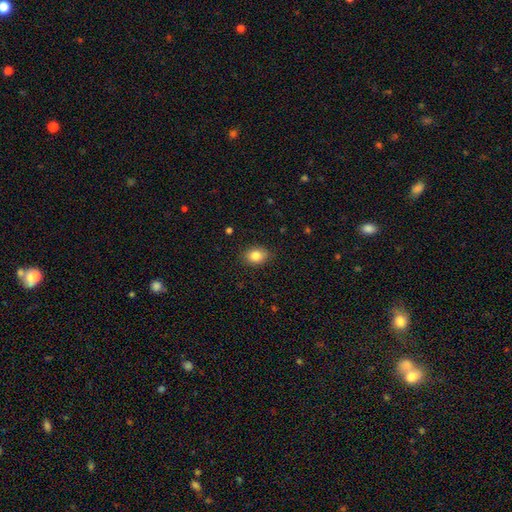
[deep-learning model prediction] smooth-or-featured: smooth: 84% | star or artifact: 9% | featured or disk: 7%
  how-rounded: in between: 61% | round: 38% | cigar-shaped: 1%
  merging: none: 85% | minor disturbance: 12% | major disturbance: 3% | merger: 1%